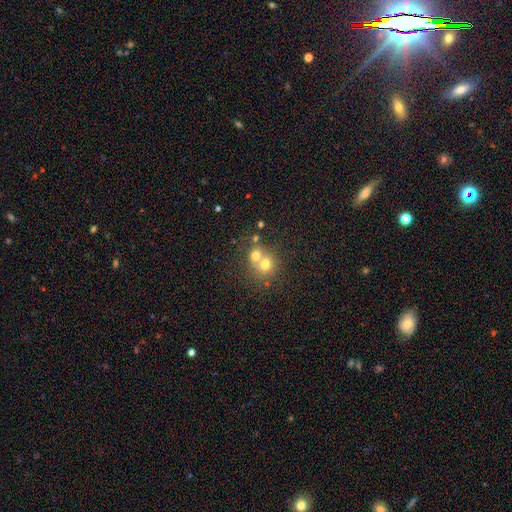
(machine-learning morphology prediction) This appears to be a smooth galaxy with no disk features (67%) that is round (78%). Merging: merger (63%).